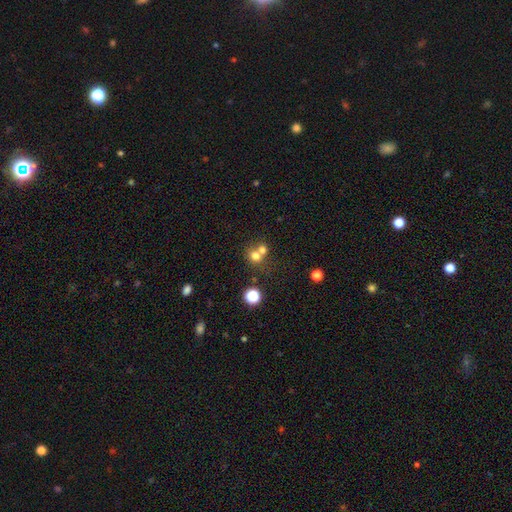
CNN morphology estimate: Q: Smooth or featured?
A: smooth (71%); runner-up: star or artifact (16%)
Q: How rounded?
A: round (76%); runner-up: in between (23%)
Q: Merging?
A: merger (52%); runner-up: none (38%)